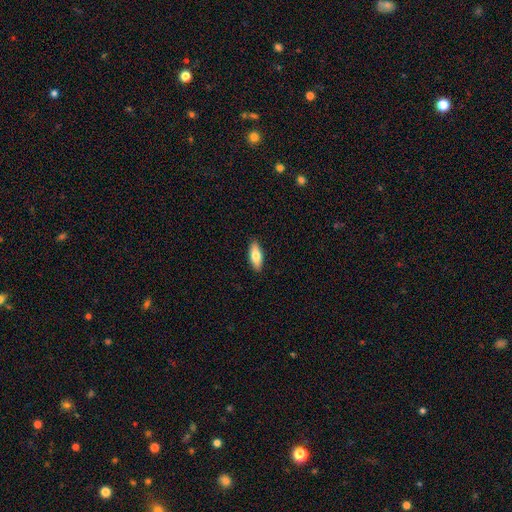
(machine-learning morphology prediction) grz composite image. It shows a smooth galaxy with no disk features (77%) that is in between round and cigar-shaped (74%). Merging: none (90%).